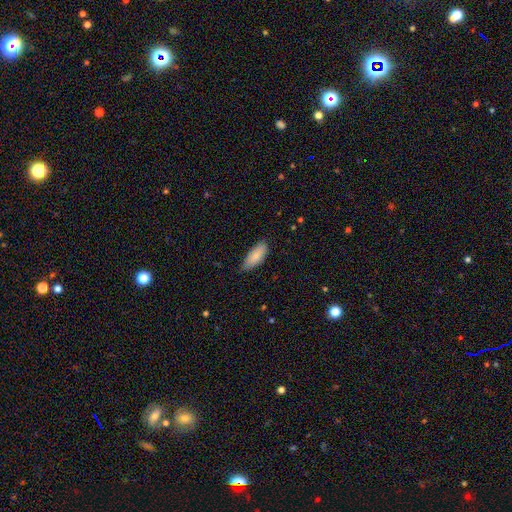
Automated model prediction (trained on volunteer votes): The model was most divided on "how rounded": in between: 77%, cigar-shaped: 21%, round: 2%. More confident: smooth or featured — smooth (83%); merging — none (77%).